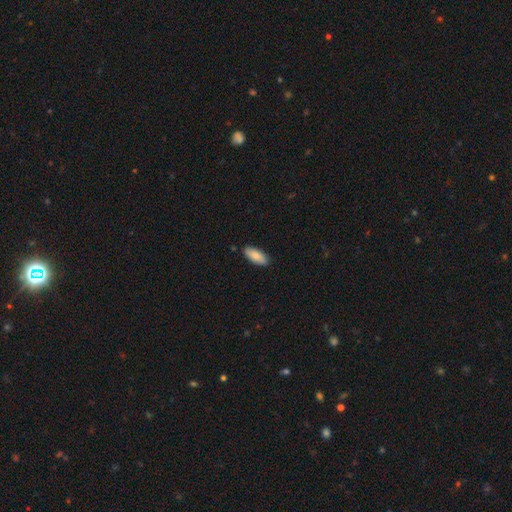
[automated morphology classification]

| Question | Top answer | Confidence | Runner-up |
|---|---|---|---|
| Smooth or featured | smooth | 85% | featured or disk (9%) |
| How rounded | in between | 84% | cigar-shaped (15%) |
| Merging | none | 88% | minor disturbance (9%) |